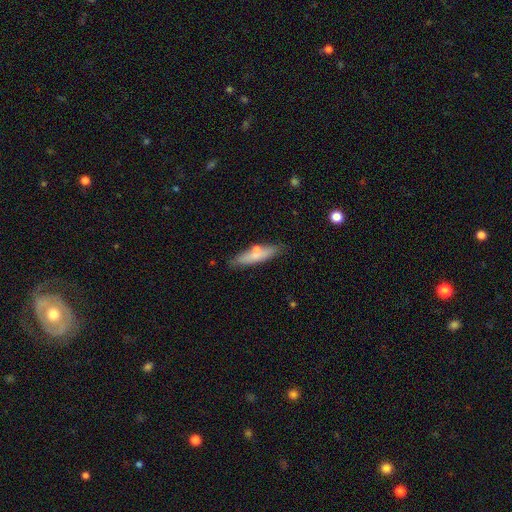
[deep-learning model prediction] Overall: smooth (66%; featured or disk 28%). How rounded: cigar-shaped (76%). Merging: none (76%).